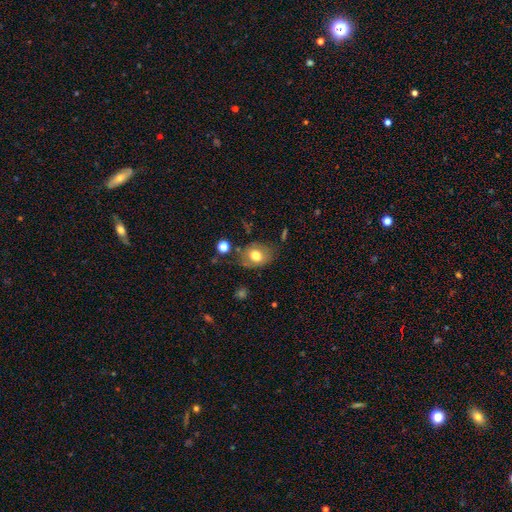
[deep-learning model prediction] Q: Smooth or featured?
A: smooth (72%); runner-up: featured or disk (19%)
Q: How rounded?
A: in between (60%); runner-up: round (39%)
Q: Merging?
A: none (70%); runner-up: minor disturbance (19%)